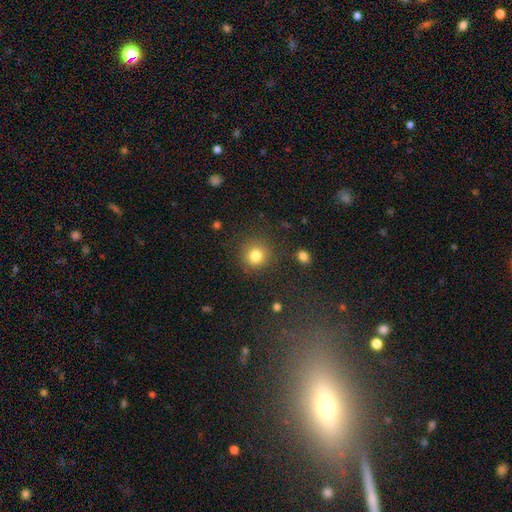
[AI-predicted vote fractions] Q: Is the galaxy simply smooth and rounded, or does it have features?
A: smooth — 82%.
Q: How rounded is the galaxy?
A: round — 91%.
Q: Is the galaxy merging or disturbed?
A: none — 85%.